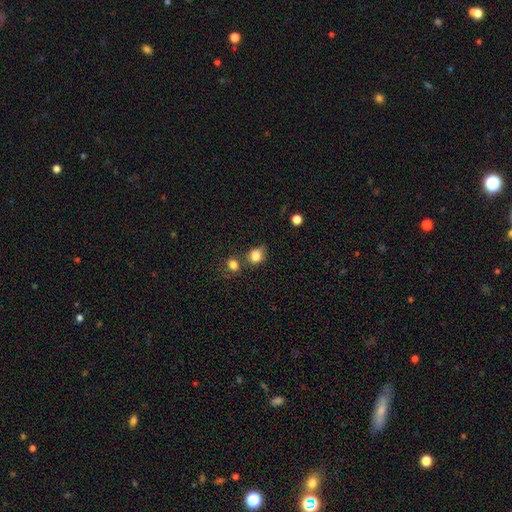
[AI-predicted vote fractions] This appears to be a smooth galaxy with no disk features (83%) that is round (63%). Merging: none (56%).